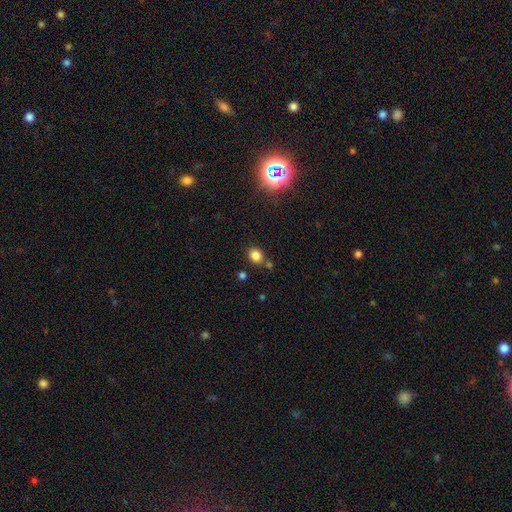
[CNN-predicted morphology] type=smooth (82%); roundness=in between (51%); merging=none (75%).